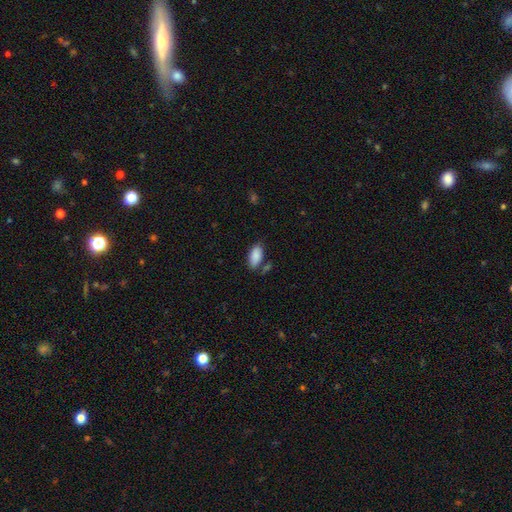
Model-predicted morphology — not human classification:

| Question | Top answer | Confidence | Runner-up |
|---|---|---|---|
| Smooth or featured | smooth | 88% | star or artifact (7%) |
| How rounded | in between | 92% | cigar-shaped (6%) |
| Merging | none | 71% | minor disturbance (17%) |